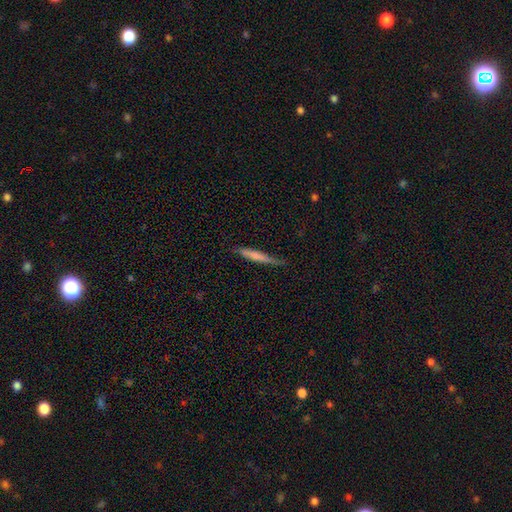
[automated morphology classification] smooth-or-featured: smooth: 67% | featured or disk: 27% | star or artifact: 6%
  how-rounded: cigar-shaped: 94% | in between: 5% | round: 1%
  merging: none: 74% | minor disturbance: 21% | major disturbance: 4% | merger: 2%